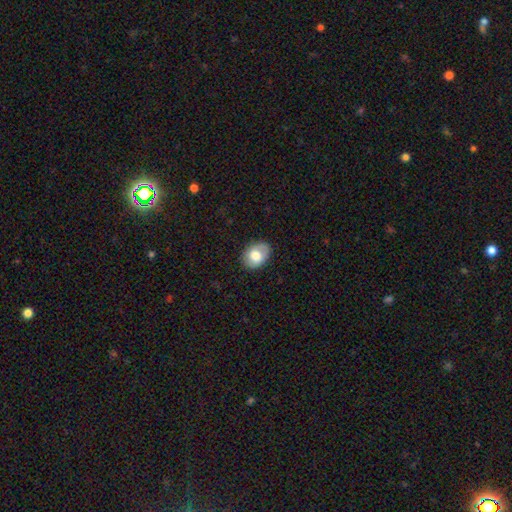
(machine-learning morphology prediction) Smooth or featured? smooth (71%)
How rounded? in between (73%)
Merging? none (81%)